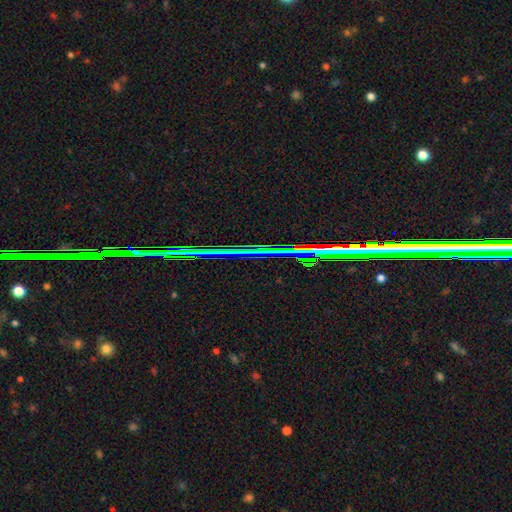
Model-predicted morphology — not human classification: Smooth or featured?
  - star or artifact: 78% *
  - featured or disk: 13%
  - smooth: 9%